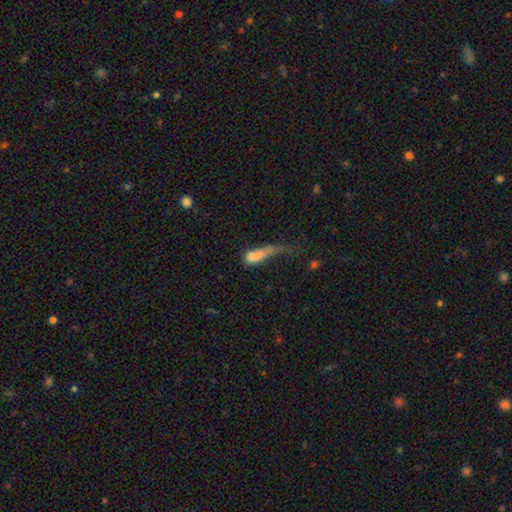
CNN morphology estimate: Overall: smooth (74%). How rounded: in between (58%; cigar-shaped 36%). Merging: major disturbance (54%; minor disturbance 21%).